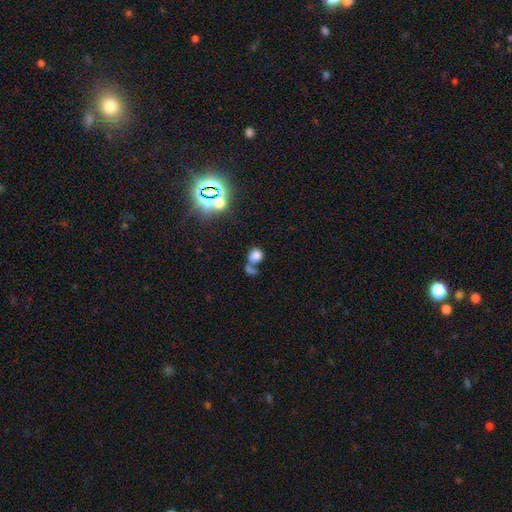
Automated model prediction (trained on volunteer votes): The model was most divided on "merging": merger: 46%, none: 35%, minor disturbance: 10%, major disturbance: 9%. More confident: smooth or featured — smooth (71%); how rounded — round (67%).